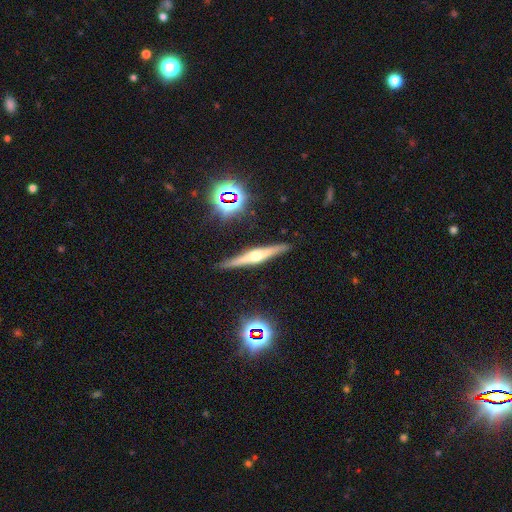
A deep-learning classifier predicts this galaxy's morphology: smooth-or-featured: featured or disk: 71% | smooth: 19% | star or artifact: 10%
  disk-edge-on: yes: 97% | no: 3%
    edge-on-bulge: rounded: 90% | boxy: 5% | none: 4%
  merging: none: 90% | minor disturbance: 7% | major disturbance: 2% | merger: 1%